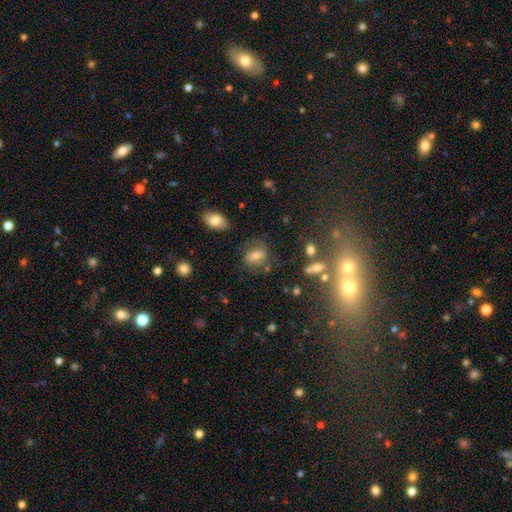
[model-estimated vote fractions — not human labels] Smooth or featured? smooth (50%)
Merging? none (67%)